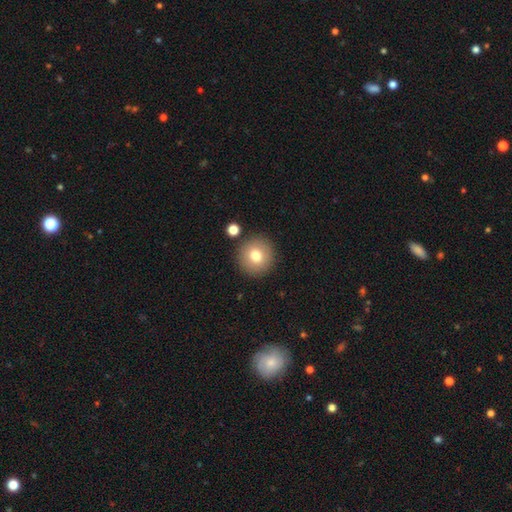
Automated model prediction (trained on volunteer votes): This appears to be a smooth galaxy with no disk features (77%) that is round (94%). Merging: none (87%).